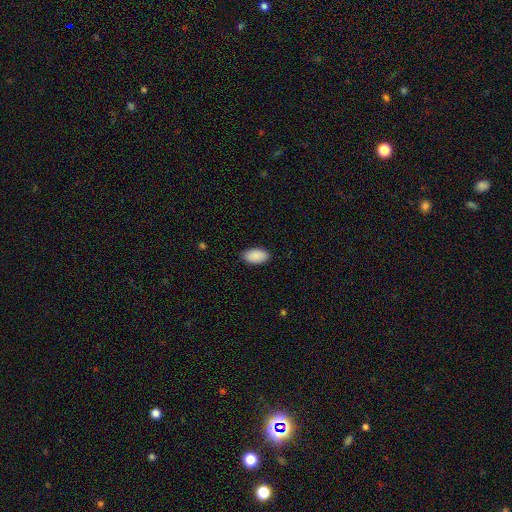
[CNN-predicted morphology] This is clearly a smooth galaxy (91%). How rounded: clearly in between (95%). Merging: clearly none (88%).